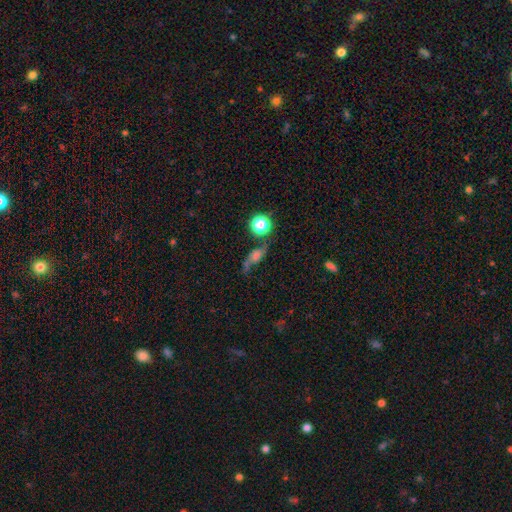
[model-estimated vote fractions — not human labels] featured or disk 48%, smooth 32%, star or artifact 20%. Down the decision tree: merging — none (56%).